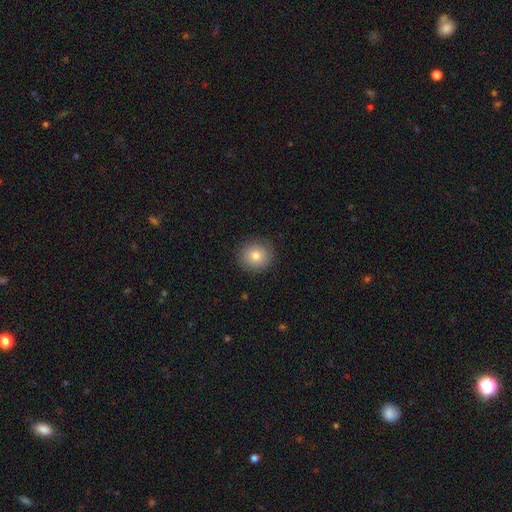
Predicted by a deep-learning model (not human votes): The model was most divided on "smooth or featured": smooth: 79%, featured or disk: 11%, star or artifact: 10%. More confident: how rounded — round (93%); merging — none (89%).